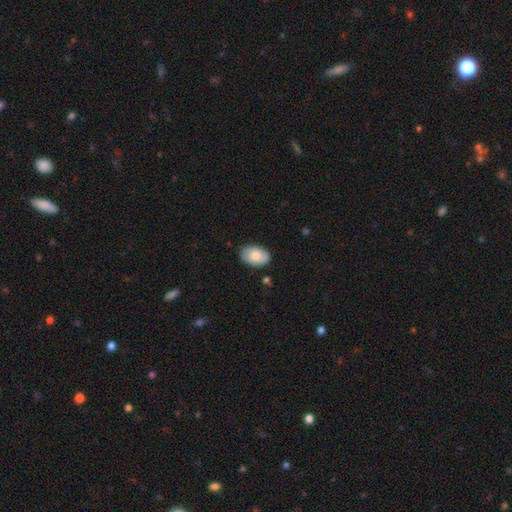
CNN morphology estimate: Smooth or featured? Predicted: smooth (p=0.74). How rounded? Predicted: in between (p=0.89). Merging? Predicted: none (p=0.81).